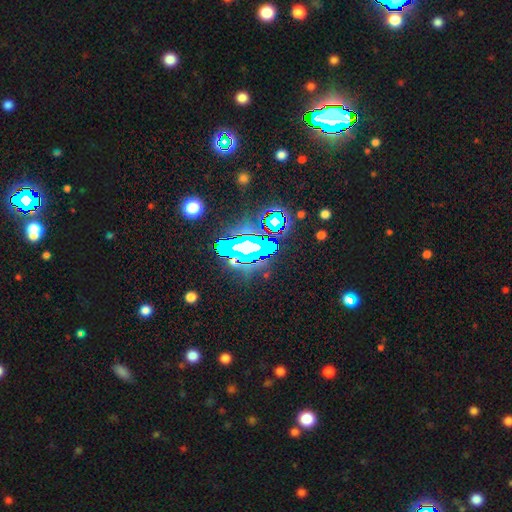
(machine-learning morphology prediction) This is likely a star or artifact rather than a galaxy (76%).